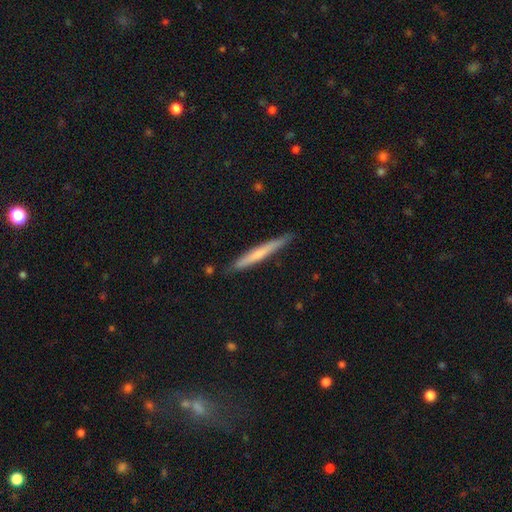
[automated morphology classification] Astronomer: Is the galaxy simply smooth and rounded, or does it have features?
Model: smooth — 49% (runner-up: featured or disk, 43%).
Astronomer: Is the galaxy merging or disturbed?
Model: none — 87%.